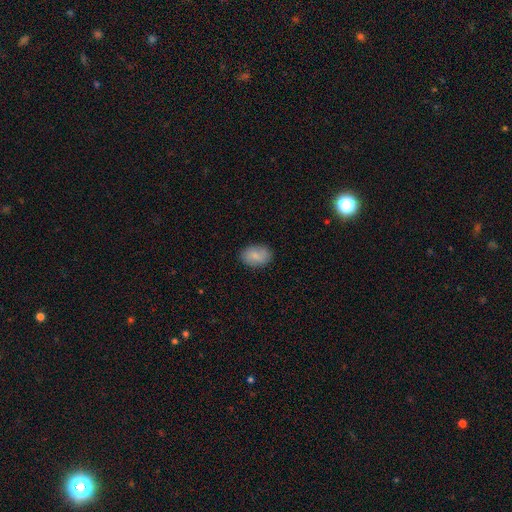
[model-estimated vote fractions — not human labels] A smooth galaxy with no disk features (85%) that is in between round and cigar-shaped (84%). Merging: none (85%).